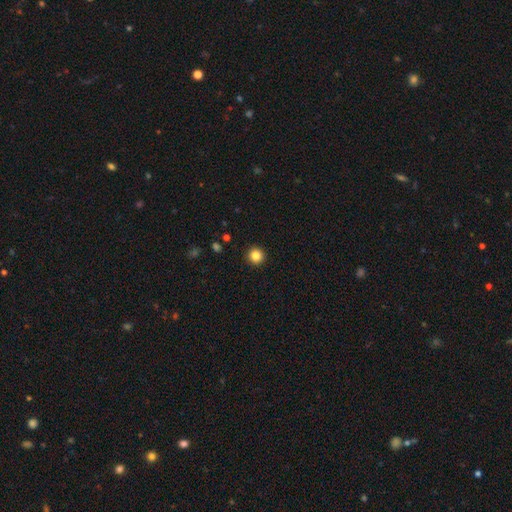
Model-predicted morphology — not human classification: Smooth or featured?
  - smooth: 84% *
  - star or artifact: 11%
  - featured or disk: 5%
How rounded?
  - round: 96% *
  - in between: 3%
  - cigar-shaped: 1%
Merging?
  - none: 93% *
  - minor disturbance: 4%
  - major disturbance: 2%
  - merger: 1%